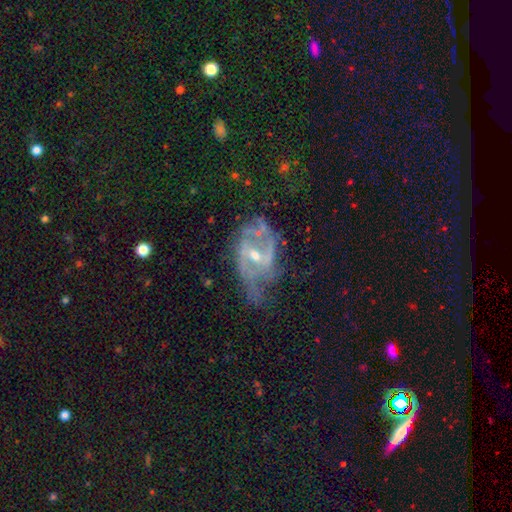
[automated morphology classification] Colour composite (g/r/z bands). It shows a featured or disk galaxy (85%) with a weak bar (47%), 2 (66%) medium (45%) spiral arms (89%) and a moderate central bulge (50%). Merging: none (45%).